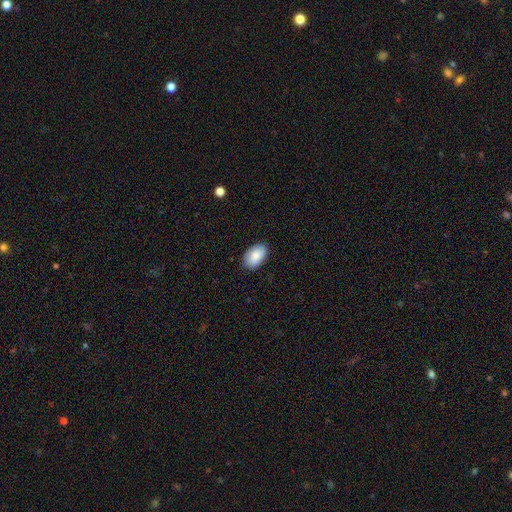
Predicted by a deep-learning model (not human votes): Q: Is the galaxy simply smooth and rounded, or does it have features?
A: smooth — 87%.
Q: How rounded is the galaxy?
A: in between — 93%.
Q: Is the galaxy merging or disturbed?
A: none — 87%.